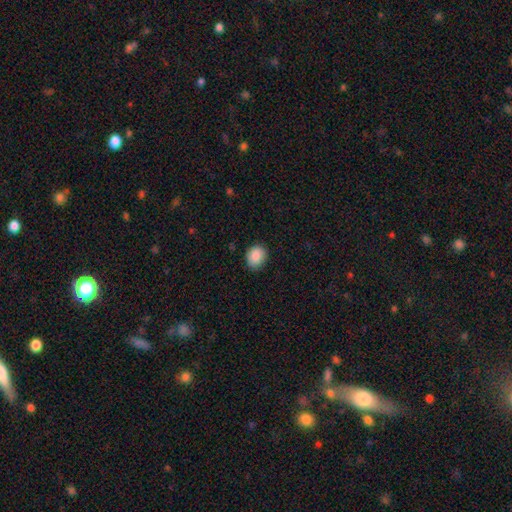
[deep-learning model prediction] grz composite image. It shows a smooth galaxy with no disk features (88%) that is round (52%). Merging: none (84%).